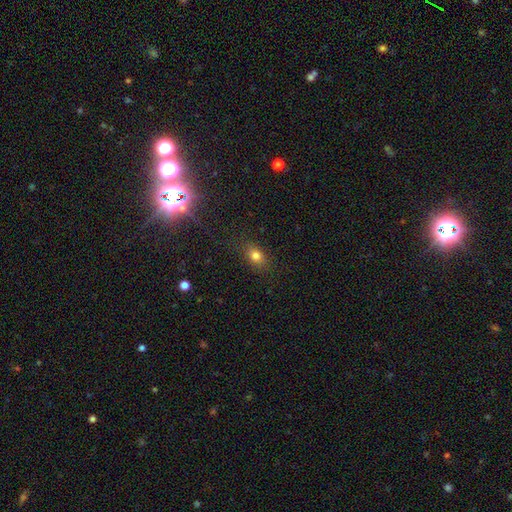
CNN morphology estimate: A smooth galaxy with no disk features (78%) that is in between round and cigar-shaped (67%). Merging: none (82%).